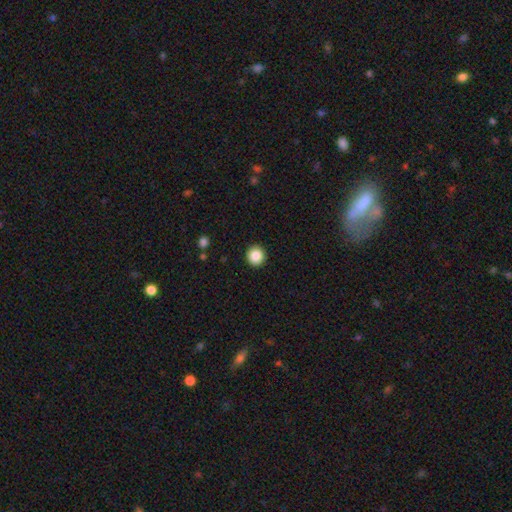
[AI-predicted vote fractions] A smooth galaxy with no disk features (87%) that is round (94%). Merging: none (93%).